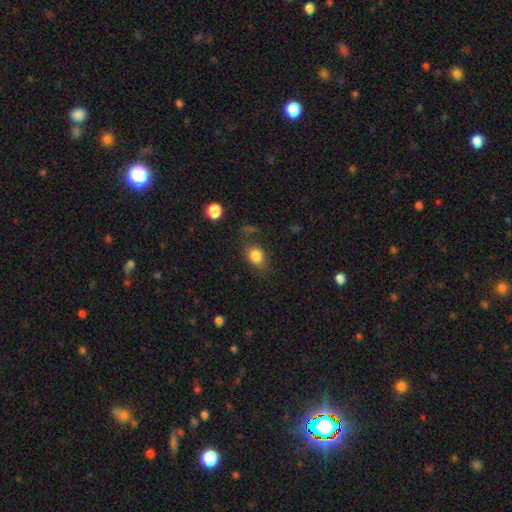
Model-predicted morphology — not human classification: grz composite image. It shows a smooth galaxy with no disk features (82%) that is in between round and cigar-shaped (62%). Merging: none (69%).